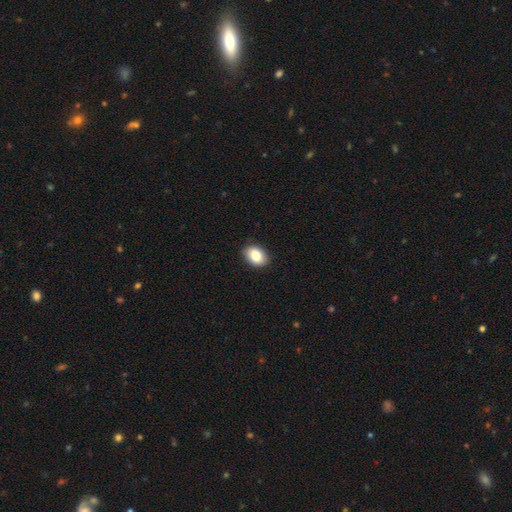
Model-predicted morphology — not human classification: Smooth or featured?
  - smooth: 83% *
  - featured or disk: 9%
  - star or artifact: 8%
How rounded?
  - in between: 78% *
  - round: 21%
  - cigar-shaped: 1%
Merging?
  - none: 88% *
  - minor disturbance: 9%
  - major disturbance: 2%
  - merger: 1%